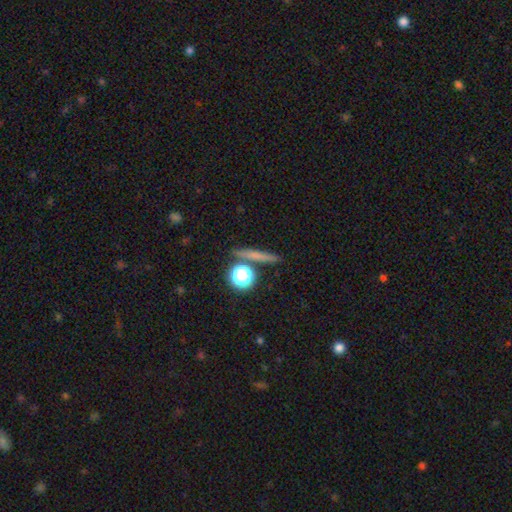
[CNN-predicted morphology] Overall: smooth (60%; featured or disk 23%). How rounded: cigar-shaped (64%; round 27%). Merging: none (82%).